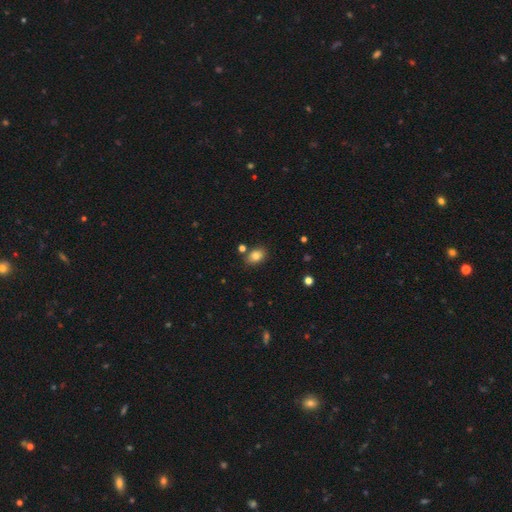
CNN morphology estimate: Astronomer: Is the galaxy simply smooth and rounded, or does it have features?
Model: smooth — 80%.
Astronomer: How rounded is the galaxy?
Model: in between — 76%.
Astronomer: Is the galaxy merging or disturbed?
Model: none — 79%.